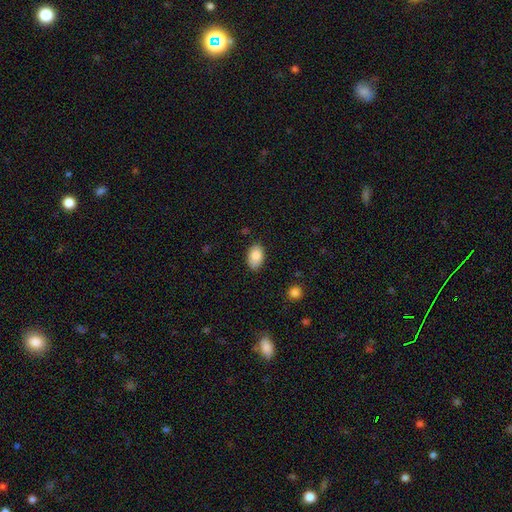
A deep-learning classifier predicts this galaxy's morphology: type=smooth (86%); roundness=in between (90%); merging=none (81%).